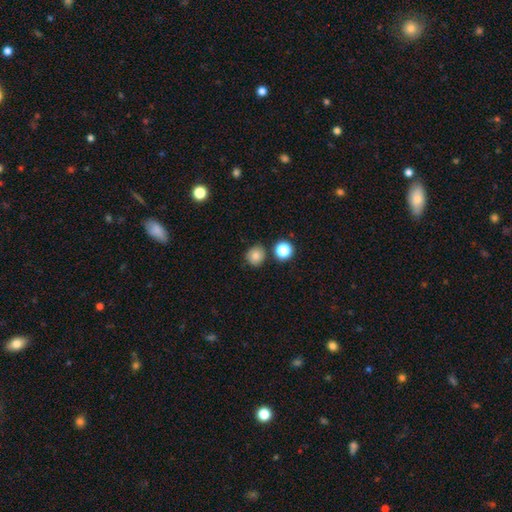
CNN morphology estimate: Smooth or featured: smooth — 80% (star or artifact — 12%)
How rounded: round — 90% (in between — 9%)
Merging: none — 81% (minor disturbance — 10%)